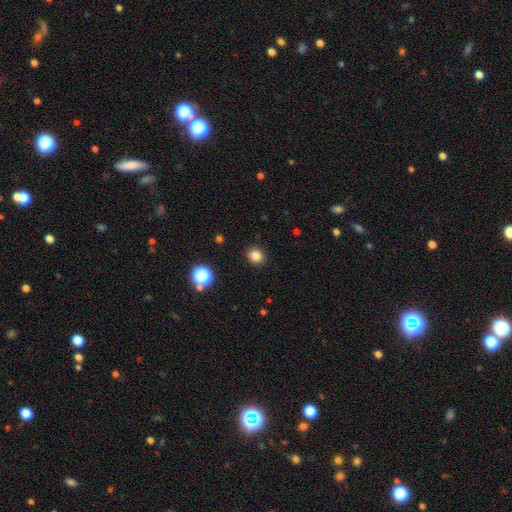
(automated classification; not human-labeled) Smooth or featured? Predicted: smooth (p=0.82). How rounded? Predicted: round (p=0.75). Merging? Predicted: none (p=0.90).